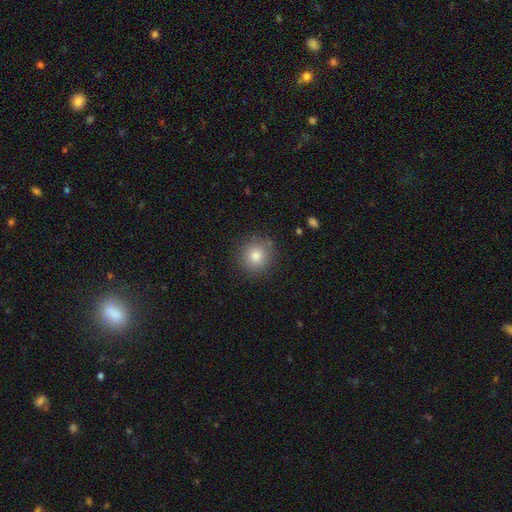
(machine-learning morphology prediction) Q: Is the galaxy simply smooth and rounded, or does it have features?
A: smooth — 81%.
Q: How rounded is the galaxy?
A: round — 93%.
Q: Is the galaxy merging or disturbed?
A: none — 88%.